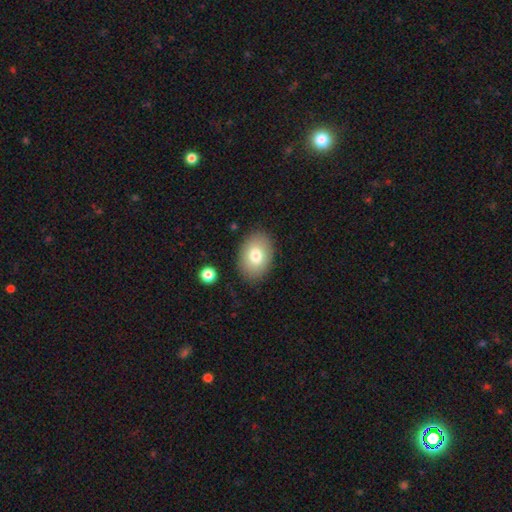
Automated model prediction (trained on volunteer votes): Q: Smooth or featured?
A: smooth (78%); runner-up: featured or disk (14%)
Q: How rounded?
A: in between (84%); runner-up: round (15%)
Q: Merging?
A: none (86%); runner-up: minor disturbance (9%)